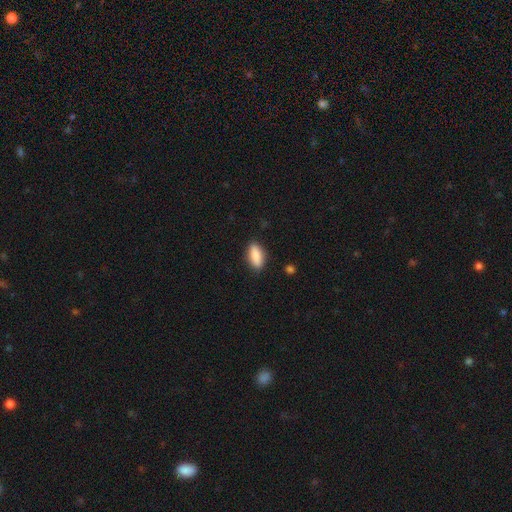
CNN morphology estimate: This appears to be a smooth galaxy with no disk features (86%) that is in between round and cigar-shaped (80%). Merging: none (86%).